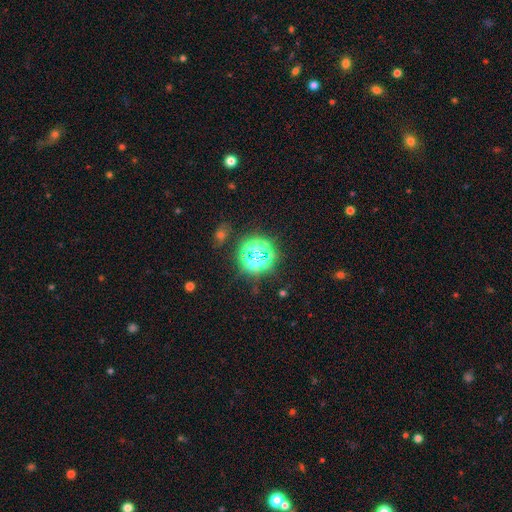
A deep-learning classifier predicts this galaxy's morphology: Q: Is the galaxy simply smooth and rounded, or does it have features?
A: star or artifact — 71%.